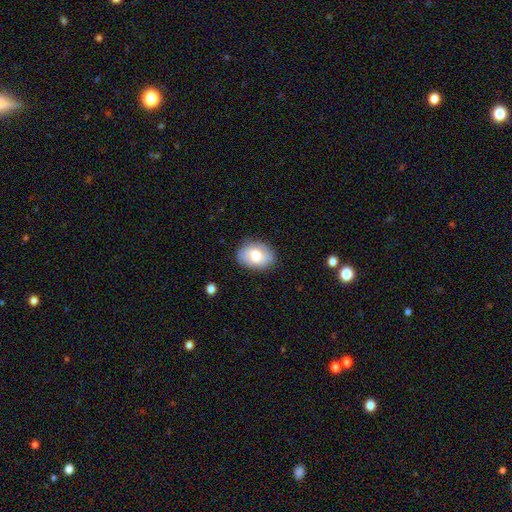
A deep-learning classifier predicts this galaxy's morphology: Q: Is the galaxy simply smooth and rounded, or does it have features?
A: smooth — 68%.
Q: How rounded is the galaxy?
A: in between — 79%.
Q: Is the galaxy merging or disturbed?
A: none — 82%.